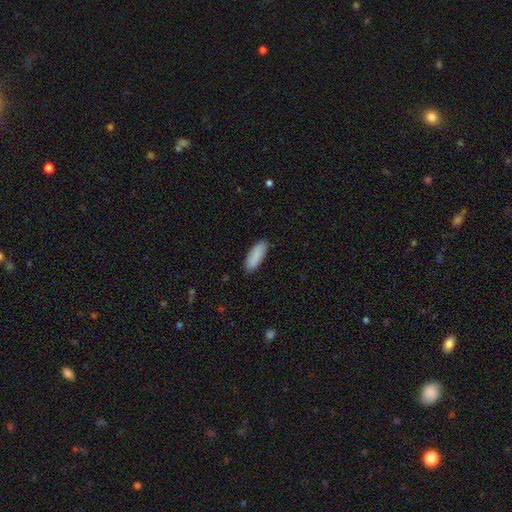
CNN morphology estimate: smooth 89%, star or artifact 6%, featured or disk 5%. Down the decision tree: how rounded — in between (67%); merging — none (88%).